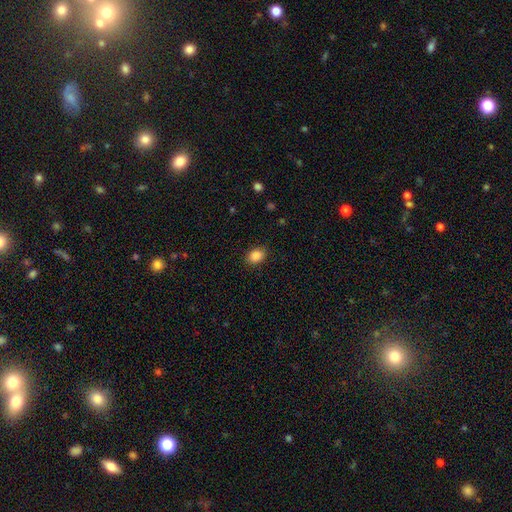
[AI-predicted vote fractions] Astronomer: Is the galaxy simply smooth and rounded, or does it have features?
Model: smooth — 88%.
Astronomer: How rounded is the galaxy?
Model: in between — 68%.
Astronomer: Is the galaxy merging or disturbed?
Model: none — 87%.